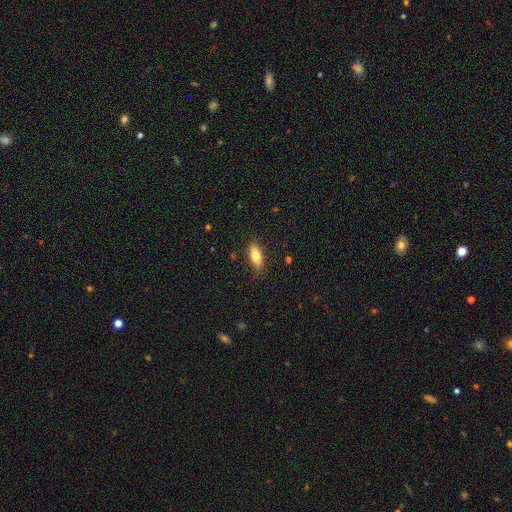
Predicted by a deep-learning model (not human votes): A smooth galaxy with no disk features (75%) that is in between round and cigar-shaped (75%). Merging: none (83%).